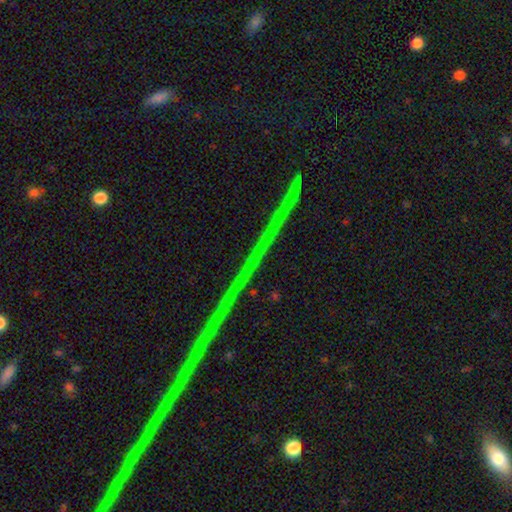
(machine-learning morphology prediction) smooth-or-featured: star or artifact: 85% | featured or disk: 10% | smooth: 6%